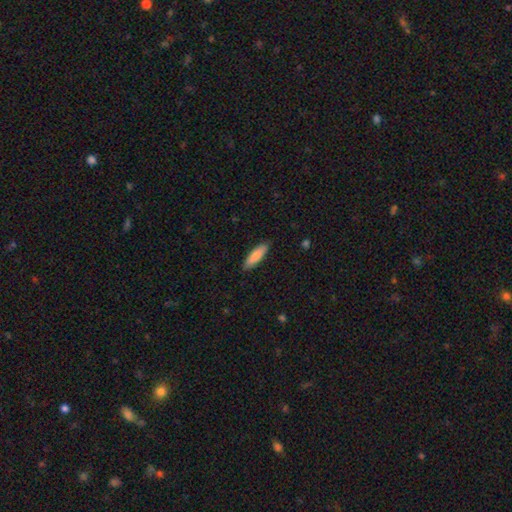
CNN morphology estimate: This is clearly a smooth galaxy (83%). How rounded: possibly cigar-shaped (55%). Merging: clearly none (87%).